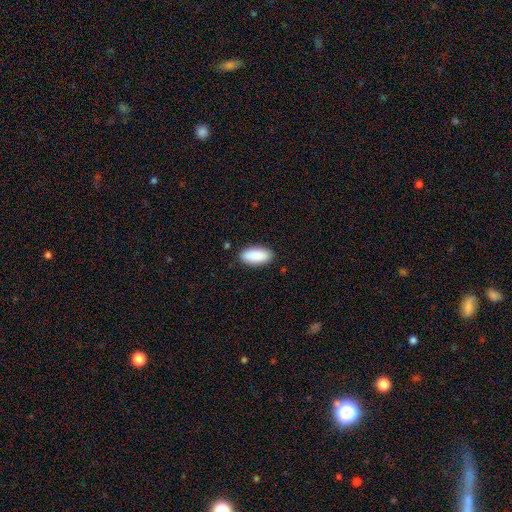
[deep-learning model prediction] Smooth or featured?
  - smooth: 90% *
  - star or artifact: 6%
  - featured or disk: 4%
How rounded?
  - in between: 89% *
  - cigar-shaped: 10%
  - round: 2%
Merging?
  - none: 89% *
  - minor disturbance: 8%
  - major disturbance: 2%
  - merger: 1%